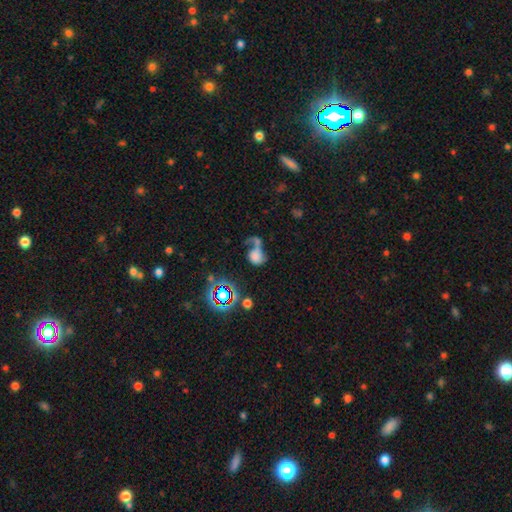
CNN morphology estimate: A smooth galaxy with no disk features (57%) that is round (54%).

Vote fractions:
- Smooth or featured? smooth: 57% / featured or disk: 26% / star or artifact: 17%
- How rounded? round: 54% / in between: 44% / cigar-shaped: 2%
- Merging? merger: 39% / major disturbance: 29% / none: 20% / minor disturbance: 12%